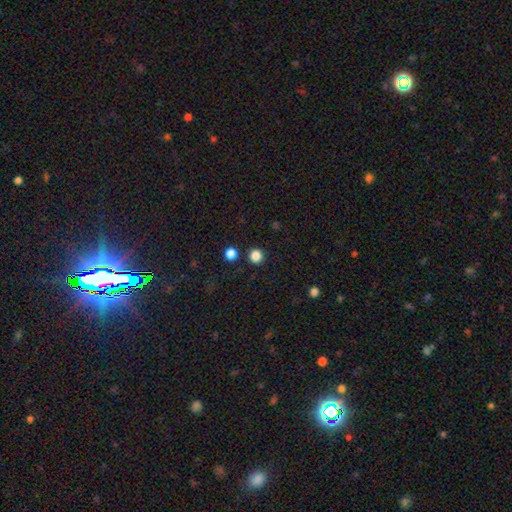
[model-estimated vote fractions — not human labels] smooth_or_featured: smooth (p=0.84) [alt: star or artifact p=0.12]
how_rounded: round (p=0.95) [alt: in between p=0.04]
merging: none (p=0.90) [alt: minor disturbance p=0.05]